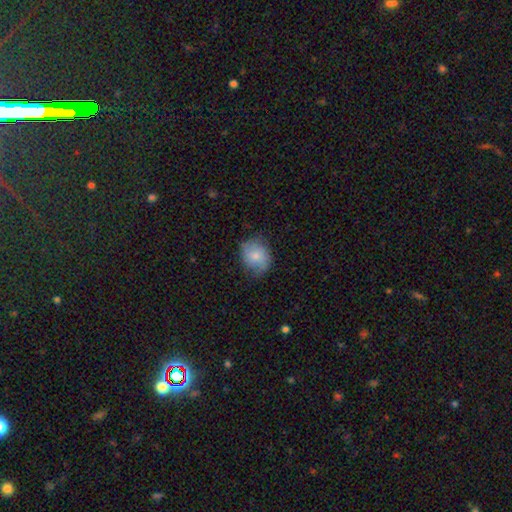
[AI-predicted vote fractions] smooth-or-featured: smooth: 69% | featured or disk: 24% | star or artifact: 7%
  how-rounded: round: 59% | in between: 40% | cigar-shaped: 1%
  merging: none: 67% | minor disturbance: 24% | major disturbance: 7% | merger: 1%